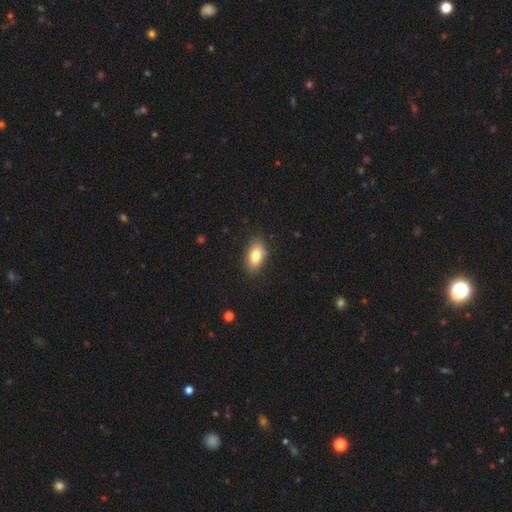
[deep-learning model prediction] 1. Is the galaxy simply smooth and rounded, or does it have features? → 80% smooth, 12% featured or disk, 8% star or artifact.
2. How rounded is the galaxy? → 88% in between, 9% round, 3% cigar-shaped.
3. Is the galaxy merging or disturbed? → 83% none, 13% minor disturbance, 3% major disturbance, 1% merger.